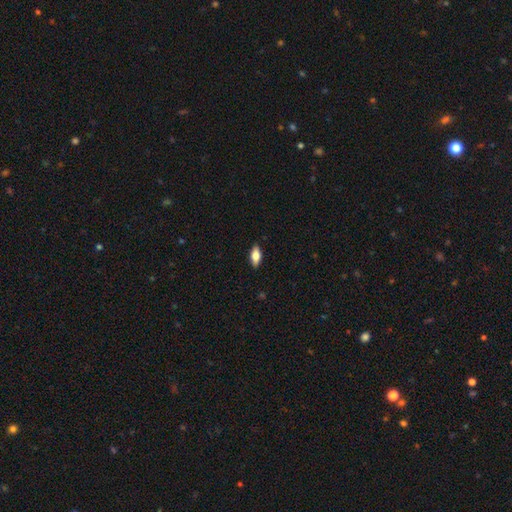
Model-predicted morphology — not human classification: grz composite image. It shows a smooth galaxy with no disk features (68%) that is in between round and cigar-shaped (84%). Merging: none (88%).